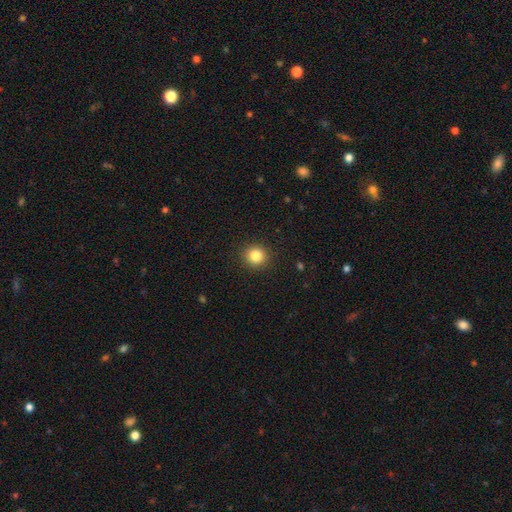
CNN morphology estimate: Overall: smooth (84%). How rounded: round (92%). Merging: none (92%).